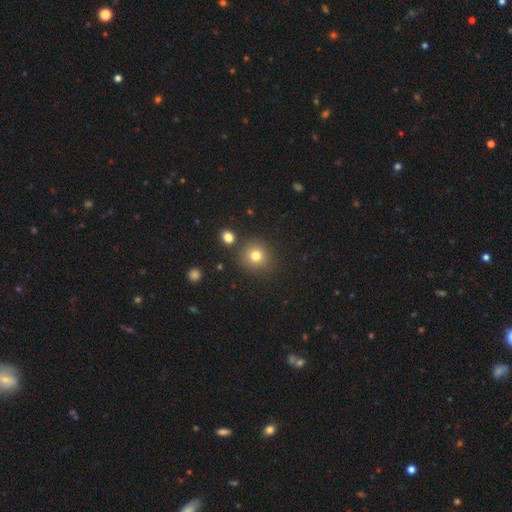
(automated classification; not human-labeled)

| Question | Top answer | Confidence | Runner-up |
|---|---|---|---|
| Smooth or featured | smooth | 78% | star or artifact (14%) |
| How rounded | round | 91% | in between (8%) |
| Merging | none | 84% | minor disturbance (8%) |